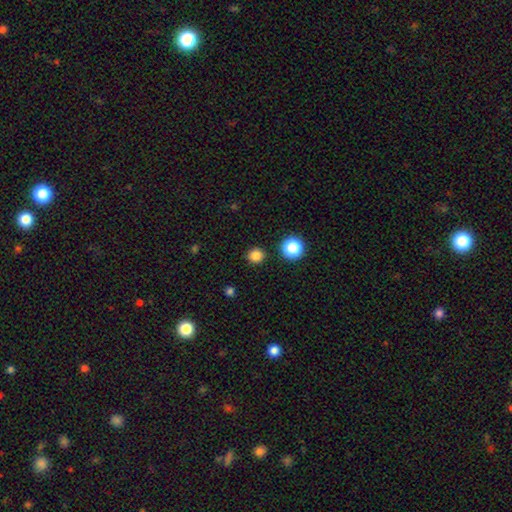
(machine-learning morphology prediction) This is clearly a smooth galaxy (82%). How rounded: clearly round (92%). Merging: clearly none (90%).